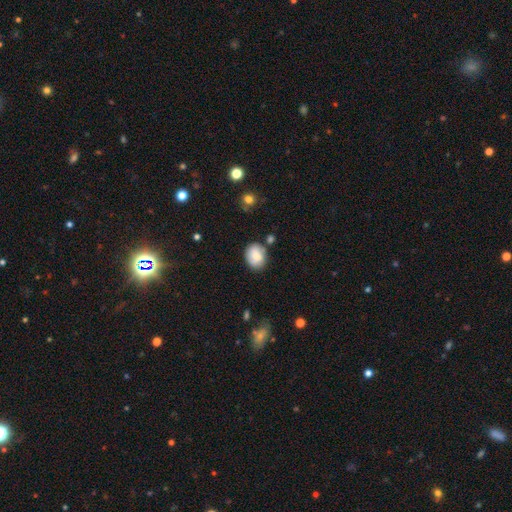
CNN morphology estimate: Overall: smooth (81%). How rounded: in between (61%; round 38%). Merging: none (69%).